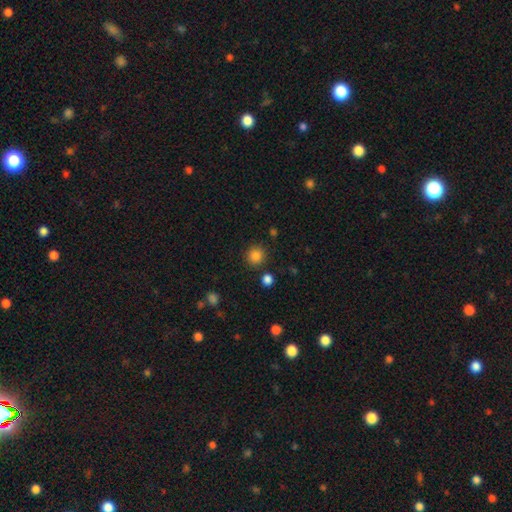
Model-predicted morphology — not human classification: Q: Smooth or featured?
A: smooth (85%); runner-up: star or artifact (11%)
Q: How rounded?
A: round (92%); runner-up: in between (7%)
Q: Merging?
A: none (87%); runner-up: minor disturbance (7%)